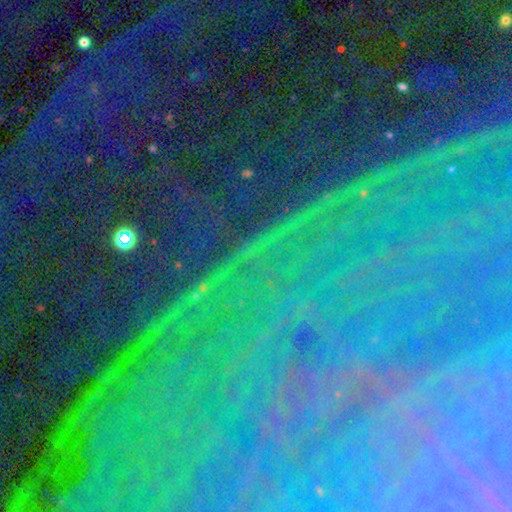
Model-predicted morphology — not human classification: type=star or artifact (83%).